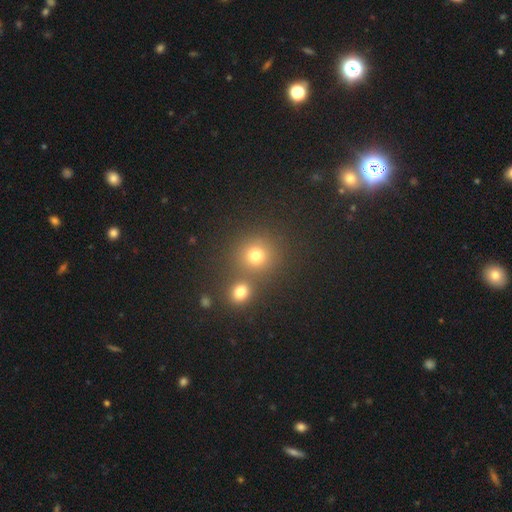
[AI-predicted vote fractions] Q: Smooth or featured?
A: smooth (75%); runner-up: star or artifact (18%)
Q: How rounded?
A: round (89%); runner-up: in between (10%)
Q: Merging?
A: none (65%); runner-up: merger (25%)